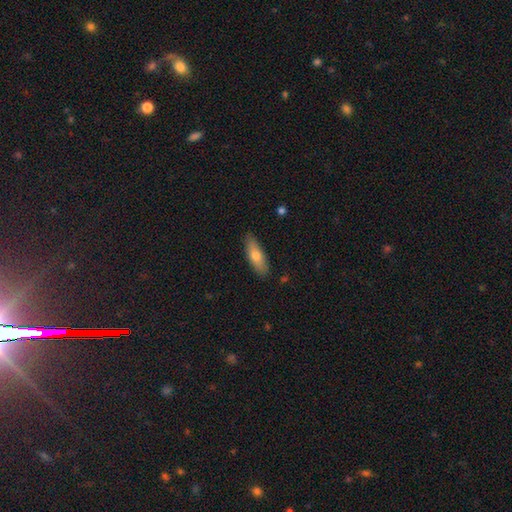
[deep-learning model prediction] Smooth or featured?
  - smooth: 68% *
  - featured or disk: 26%
  - star or artifact: 6%
How rounded?
  - in between: 53% *
  - cigar-shaped: 44%
  - round: 2%
Merging?
  - none: 86% *
  - minor disturbance: 11%
  - major disturbance: 2%
  - merger: 1%